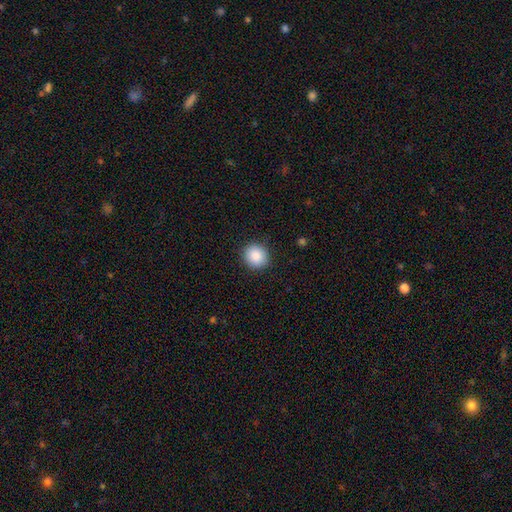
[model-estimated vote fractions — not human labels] This is clearly a smooth galaxy (89%). How rounded: clearly round (86%). Merging: clearly none (90%).